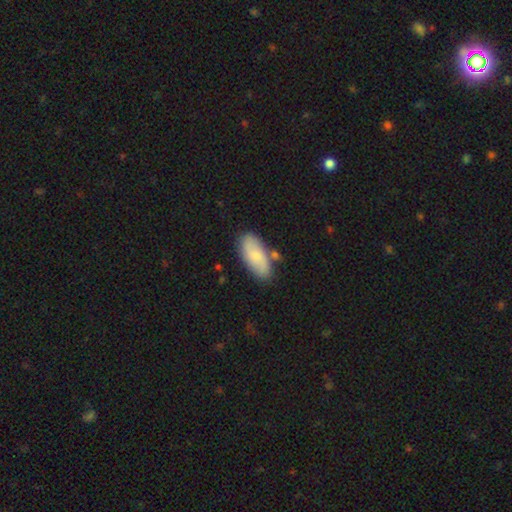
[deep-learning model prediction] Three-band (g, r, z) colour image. It shows a smooth galaxy with no disk features (69%) that is in between round and cigar-shaped (88%). Merging: none (74%).